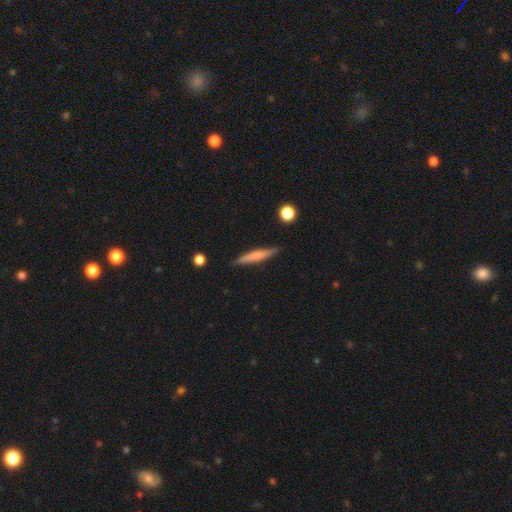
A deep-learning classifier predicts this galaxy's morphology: This is possibly a smooth galaxy (58%). How rounded: clearly cigar-shaped (93%). Merging: clearly none (87%).